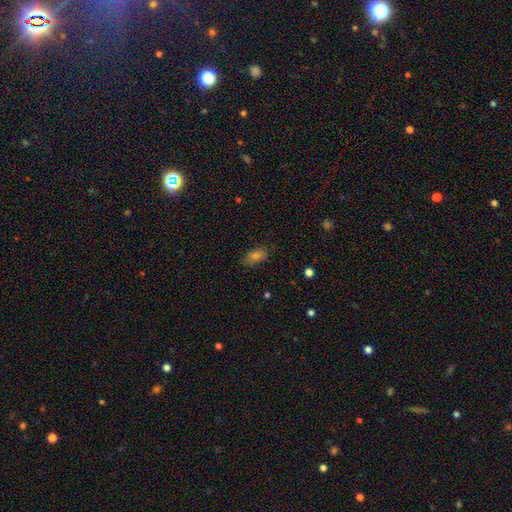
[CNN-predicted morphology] type=smooth (70%); roundness=in between (86%); merging=none (82%).